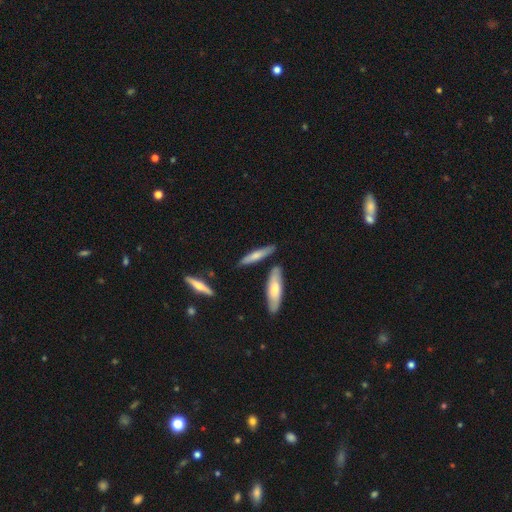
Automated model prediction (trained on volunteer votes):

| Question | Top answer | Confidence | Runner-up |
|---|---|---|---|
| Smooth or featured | smooth | 60% | featured or disk (34%) |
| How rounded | cigar-shaped | 83% | in between (15%) |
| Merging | none | 76% | minor disturbance (14%) |